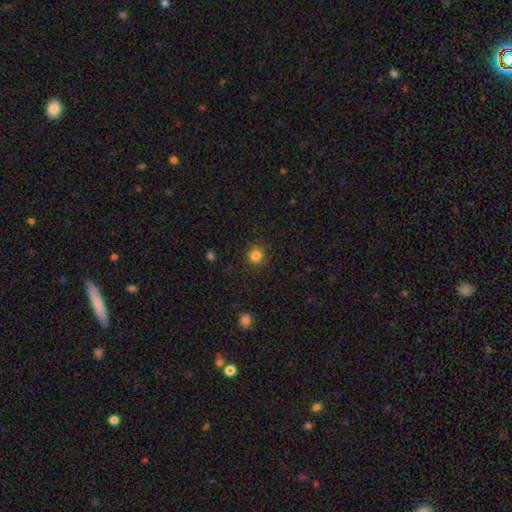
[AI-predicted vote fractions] Smooth or featured? smooth (84%)
How rounded? round (93%)
Merging? none (89%)